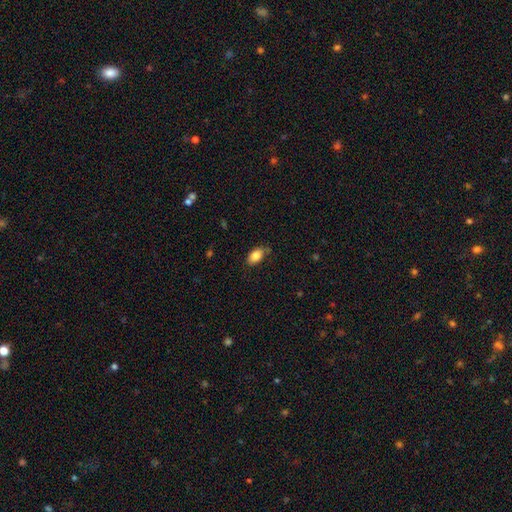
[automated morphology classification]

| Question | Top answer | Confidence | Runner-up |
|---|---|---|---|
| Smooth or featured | smooth | 84% | featured or disk (8%) |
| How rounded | in between | 92% | round (5%) |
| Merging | none | 72% | minor disturbance (22%) |